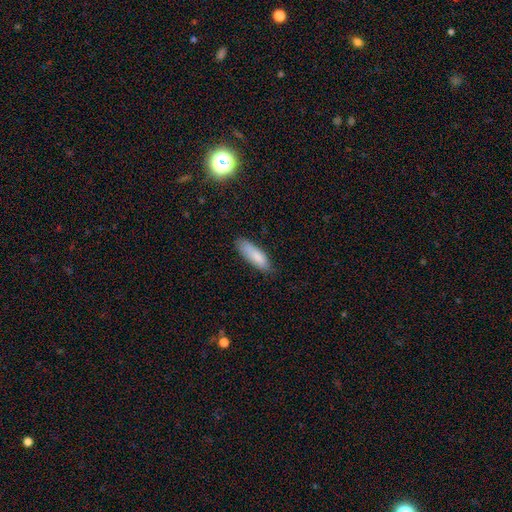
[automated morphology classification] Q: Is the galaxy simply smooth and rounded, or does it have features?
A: smooth — 85%.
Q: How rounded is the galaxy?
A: in between — 53%.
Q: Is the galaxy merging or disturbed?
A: none — 79%.